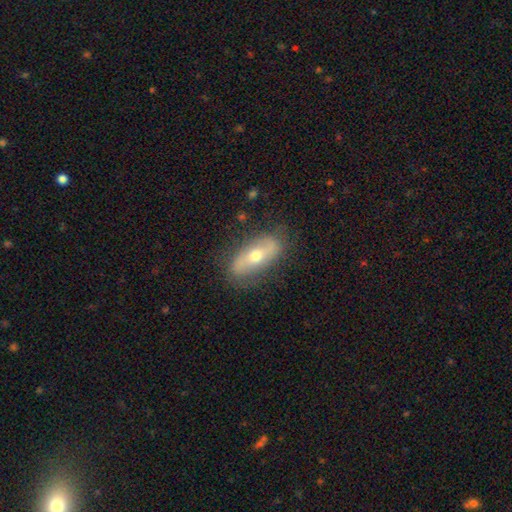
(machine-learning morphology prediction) smooth_or_featured: featured or disk (p=0.57) [alt: smooth p=0.36]
disk_edge_on: no (p=0.74) [alt: yes p=0.26]
merging: none (p=0.81) [alt: minor disturbance p=0.14]